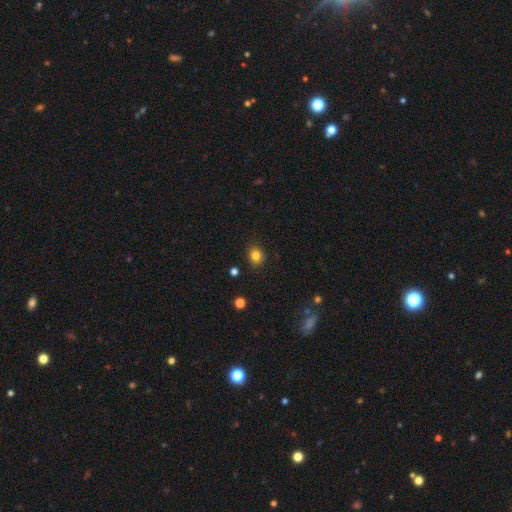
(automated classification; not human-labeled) Q: Smooth or featured?
A: smooth (82%); runner-up: star or artifact (13%)
Q: How rounded?
A: round (70%); runner-up: in between (30%)
Q: Merging?
A: none (85%); runner-up: minor disturbance (11%)